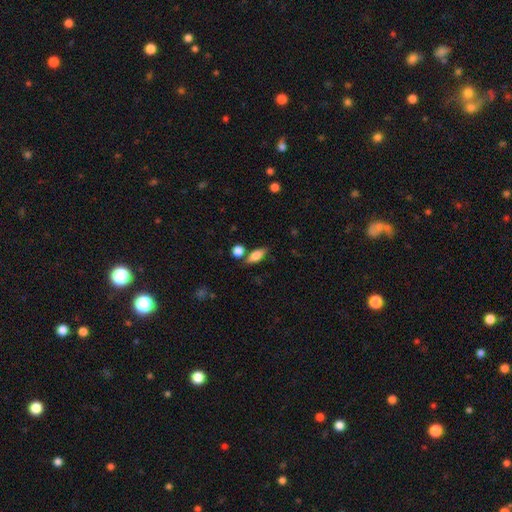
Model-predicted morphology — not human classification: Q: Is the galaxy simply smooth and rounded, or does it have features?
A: smooth — 75%.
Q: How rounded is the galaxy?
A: in between — 75%.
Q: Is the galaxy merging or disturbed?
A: none — 70%.